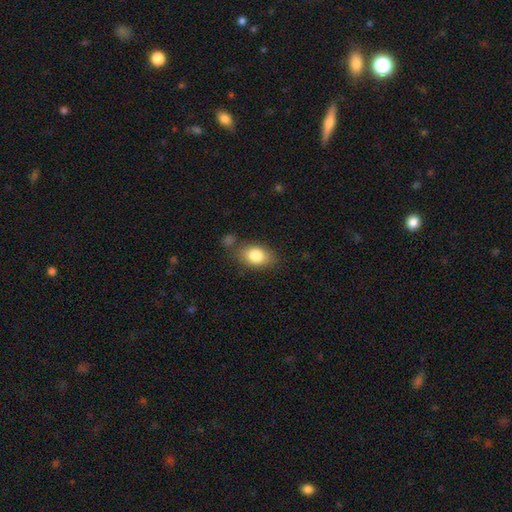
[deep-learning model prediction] smooth_or_featured: smooth (p=0.83) [alt: featured or disk p=0.09]
how_rounded: in between (p=0.82) [alt: round p=0.16]
merging: none (p=0.72) [alt: minor disturbance p=0.17]